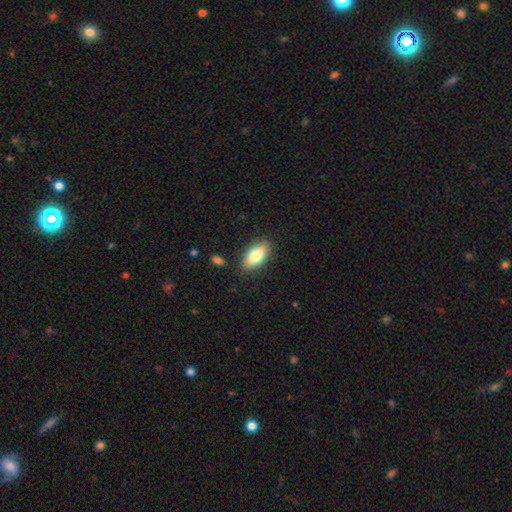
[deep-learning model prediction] smooth 76%, featured or disk 17%, star or artifact 7%. Down the decision tree: how rounded — in between (87%); merging — none (85%).